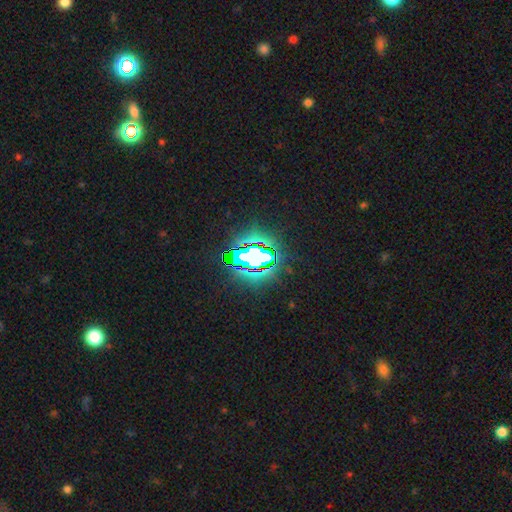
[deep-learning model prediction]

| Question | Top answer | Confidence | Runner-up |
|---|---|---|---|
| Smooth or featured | star or artifact | 72% | smooth (16%) |